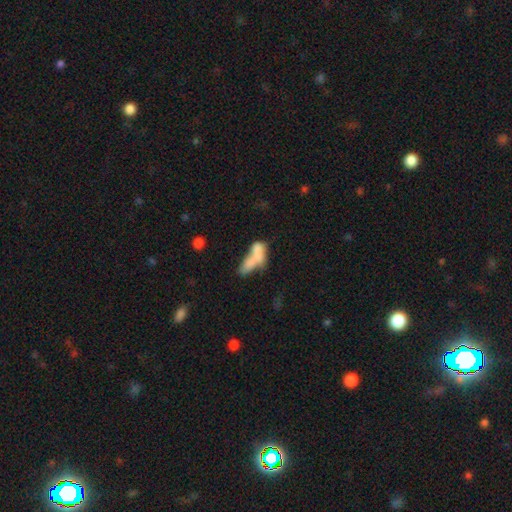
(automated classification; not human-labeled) A smooth galaxy with no disk features (63%) that is in between round and cigar-shaped (68%).

Vote fractions:
- Smooth or featured? smooth: 63% / featured or disk: 27% / star or artifact: 10%
- How rounded? in between: 68% / cigar-shaped: 25% / round: 7%
- Merging? merger: 58% / none: 18% / major disturbance: 13% / minor disturbance: 11%